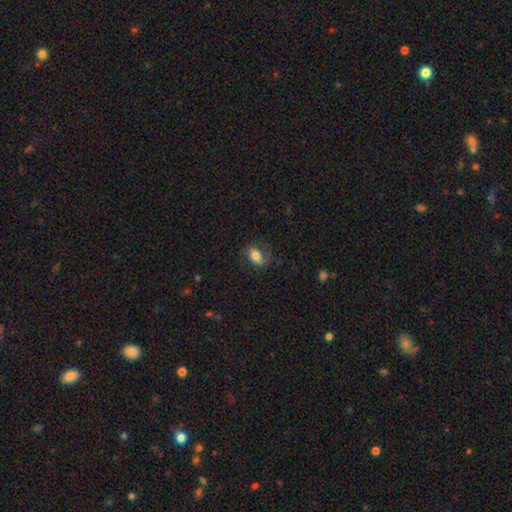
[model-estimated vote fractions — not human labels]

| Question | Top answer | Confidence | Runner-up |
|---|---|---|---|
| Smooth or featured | smooth | 65% | featured or disk (27%) |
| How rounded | in between | 84% | round (12%) |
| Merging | none | 67% | minor disturbance (20%) |